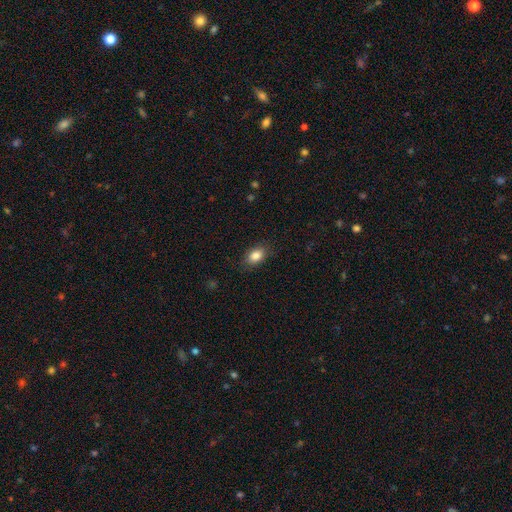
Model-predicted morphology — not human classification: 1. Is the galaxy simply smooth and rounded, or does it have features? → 85% smooth, 9% star or artifact, 6% featured or disk.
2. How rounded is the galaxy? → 82% in between, 17% round, 2% cigar-shaped.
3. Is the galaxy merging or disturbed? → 84% none, 12% minor disturbance, 3% major disturbance, 1% merger.